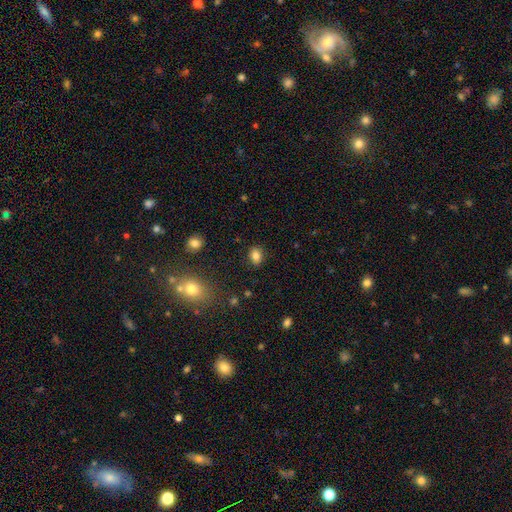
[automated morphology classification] This appears to be a smooth galaxy with no disk features (82%) that is in between round and cigar-shaped (68%). Merging: none (85%).